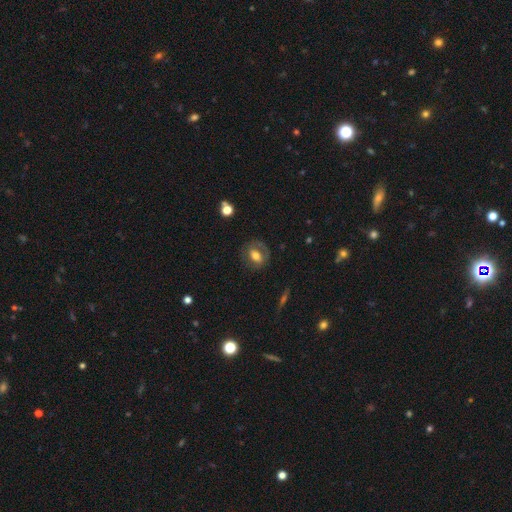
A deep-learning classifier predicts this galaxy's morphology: Smooth or featured? Predicted: smooth (p=0.53). How rounded? Predicted: in between (p=0.58). Merging? Predicted: none (p=0.69).